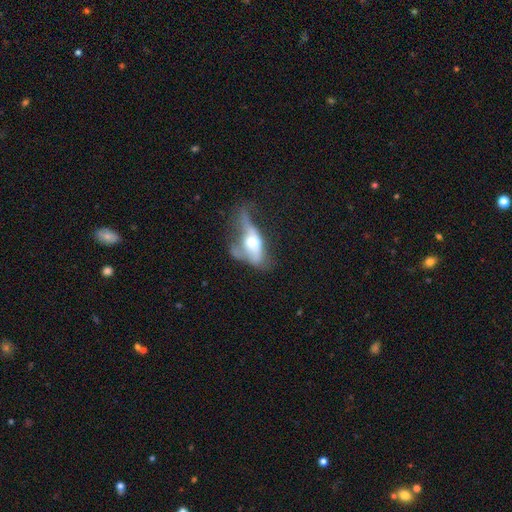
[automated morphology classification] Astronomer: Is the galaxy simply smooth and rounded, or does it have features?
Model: featured or disk — 61%.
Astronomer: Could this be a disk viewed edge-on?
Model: yes — 52% (runner-up: no, 48%).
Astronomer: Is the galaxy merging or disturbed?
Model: major disturbance — 41% (runner-up: none, 25%).